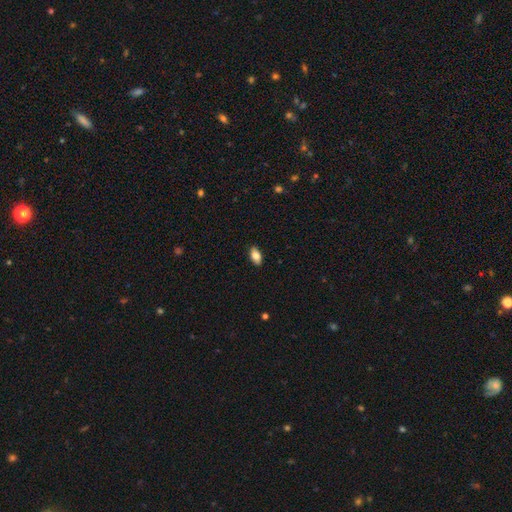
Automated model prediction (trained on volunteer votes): Smooth or featured? Predicted: smooth (p=0.82). How rounded? Predicted: in between (p=0.92). Merging? Predicted: none (p=0.89).